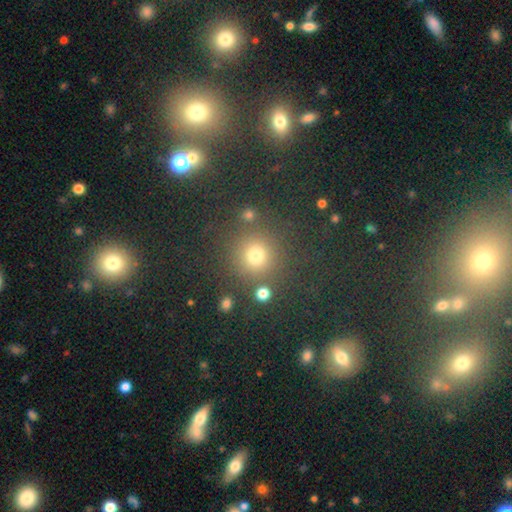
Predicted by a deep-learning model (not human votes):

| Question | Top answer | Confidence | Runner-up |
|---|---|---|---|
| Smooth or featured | smooth | 68% | star or artifact (25%) |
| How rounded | round | 93% | in between (6%) |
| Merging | none | 82% | minor disturbance (8%) |